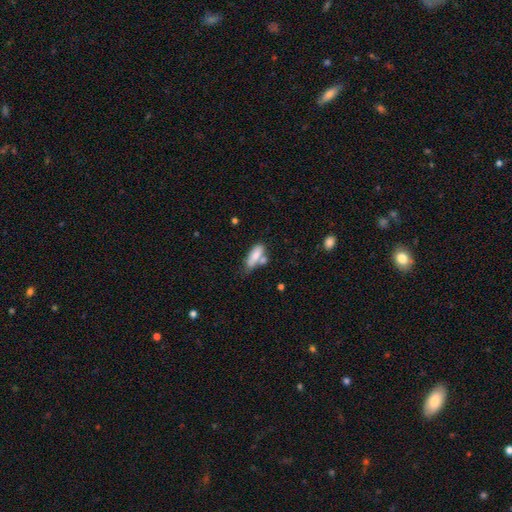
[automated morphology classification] This is likely a smooth galaxy (75%). How rounded: likely in between (69%). Merging: marginally none (38%).